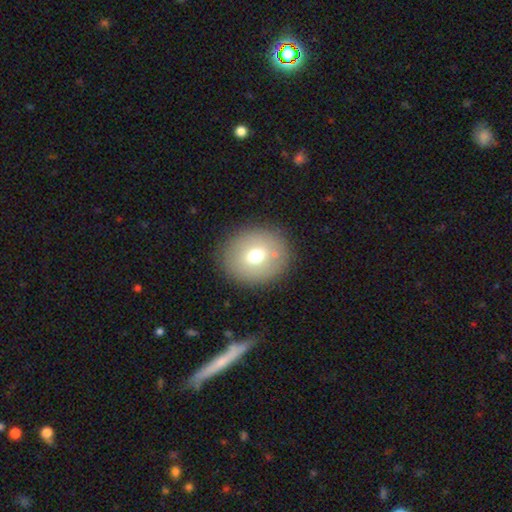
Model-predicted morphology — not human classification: type=smooth (67%); roundness=round (75%); merging=none (86%).